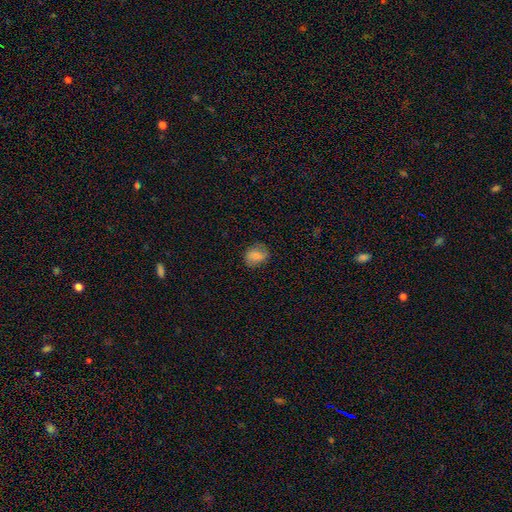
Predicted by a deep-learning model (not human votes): This appears to be a smooth galaxy with no disk features (77%) that is in between round and cigar-shaped (54%). Merging: none (75%).